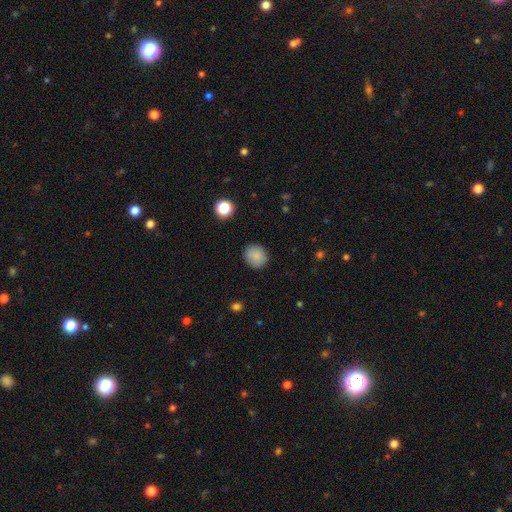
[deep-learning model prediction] smooth-or-featured: smooth: 86% | star or artifact: 9% | featured or disk: 5%
  how-rounded: round: 87% | in between: 12% | cigar-shaped: 1%
  merging: none: 89% | minor disturbance: 8% | major disturbance: 2% | merger: 1%